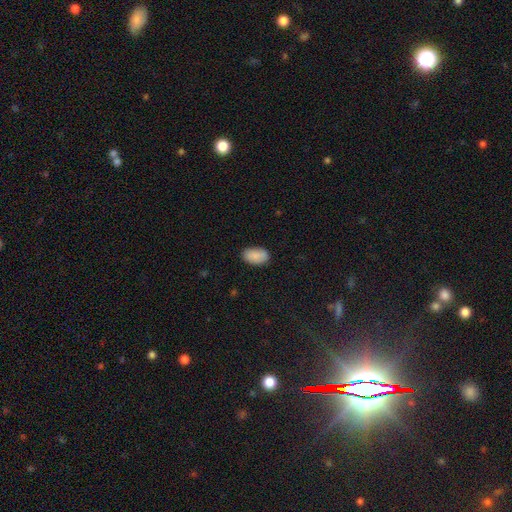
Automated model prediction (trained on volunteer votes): This appears to be a smooth galaxy with no disk features (89%) that is in between round and cigar-shaped (93%). Merging: none (84%).